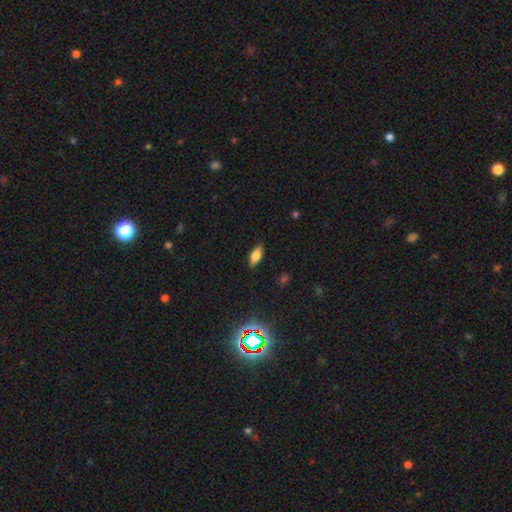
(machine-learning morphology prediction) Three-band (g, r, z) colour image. It shows a smooth galaxy with no disk features (69%) that is in between round and cigar-shaped (77%). Merging: none (87%).